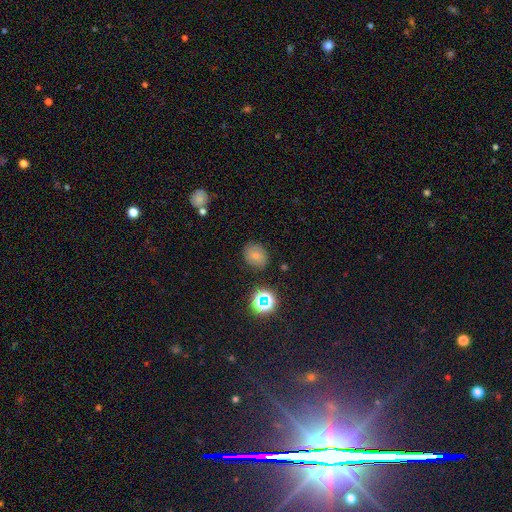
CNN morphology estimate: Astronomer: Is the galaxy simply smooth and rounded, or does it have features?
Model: smooth — 67%.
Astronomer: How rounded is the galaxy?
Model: round — 57% (runner-up: in between, 42%).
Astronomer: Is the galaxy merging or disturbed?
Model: none — 82%.